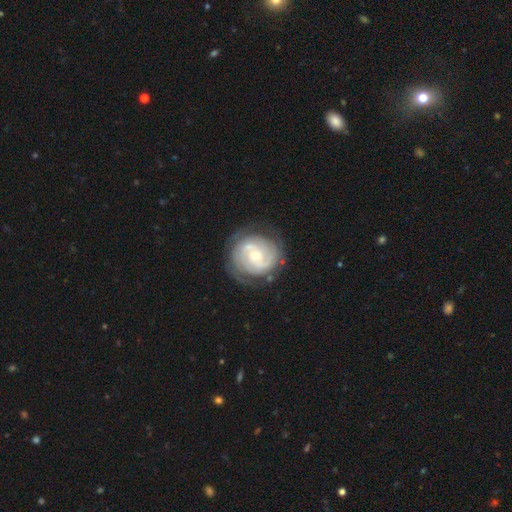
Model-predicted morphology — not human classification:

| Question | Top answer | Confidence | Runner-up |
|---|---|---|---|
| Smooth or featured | featured or disk | 84% | smooth (11%) |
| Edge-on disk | no | 98% | yes (2%) |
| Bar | no | 59% | weak (32%) |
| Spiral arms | yes | 95% | no (5%) |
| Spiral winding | tight | 70% | medium (24%) |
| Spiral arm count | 2 | 45% | can't tell (25%) |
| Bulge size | small | 49% | moderate (47%) |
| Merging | none | 74% | minor disturbance (16%) |